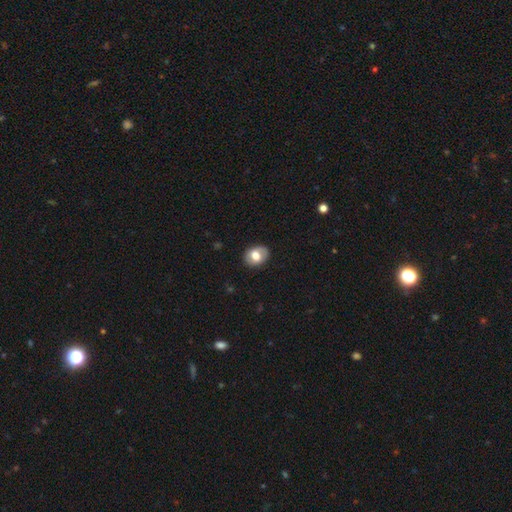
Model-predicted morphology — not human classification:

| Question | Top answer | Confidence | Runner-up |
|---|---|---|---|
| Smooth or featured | smooth | 67% | featured or disk (25%) |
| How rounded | in between | 63% | round (36%) |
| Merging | none | 82% | minor disturbance (14%) |